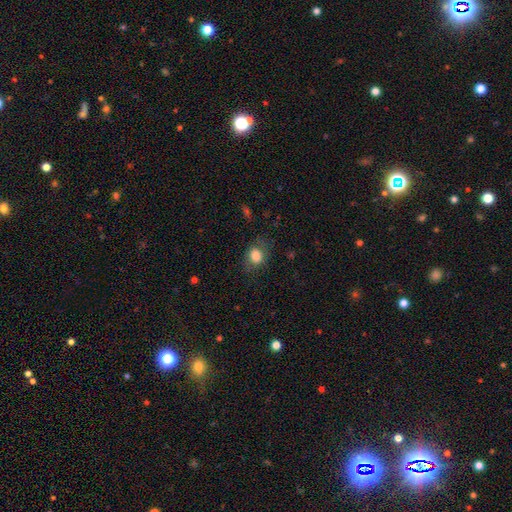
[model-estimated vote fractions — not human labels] This appears to be a smooth galaxy with no disk features (83%) that is in between round and cigar-shaped (54%). Merging: none (70%).